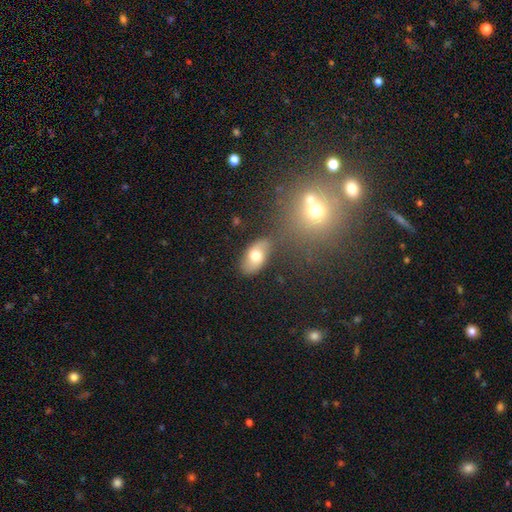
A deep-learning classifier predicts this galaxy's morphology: Smooth or featured?
  - smooth: 65% *
  - featured or disk: 26%
  - star or artifact: 8%
How rounded?
  - in between: 90% *
  - round: 7%
  - cigar-shaped: 3%
Merging?
  - none: 74% *
  - minor disturbance: 15%
  - merger: 7%
  - major disturbance: 5%